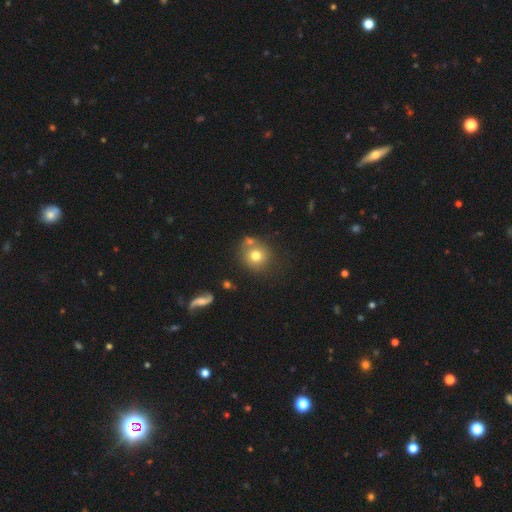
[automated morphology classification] smooth-or-featured: smooth: 75% | featured or disk: 14% | star or artifact: 12%
  how-rounded: round: 89% | in between: 10% | cigar-shaped: 1%
  merging: none: 67% | merger: 16% | minor disturbance: 12% | major disturbance: 4%